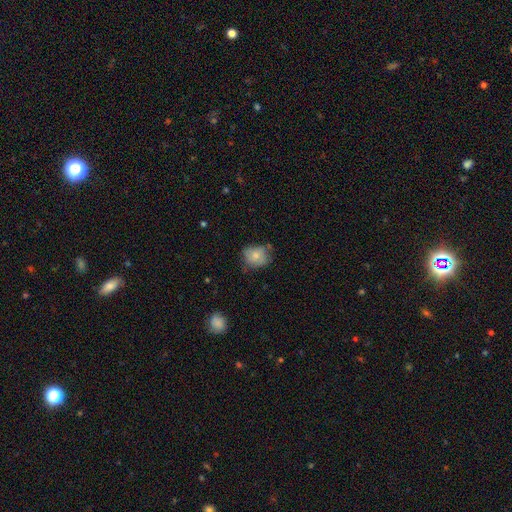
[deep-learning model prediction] Overall: smooth (73%). How rounded: round (63%; in between 36%). Merging: none (59%; minor disturbance 30%).